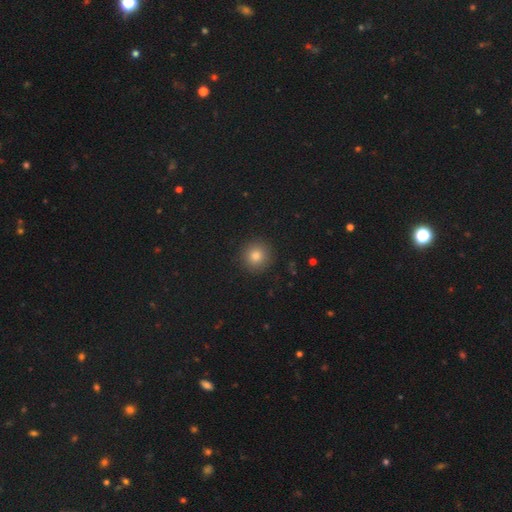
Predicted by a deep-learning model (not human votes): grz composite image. It shows a smooth galaxy with no disk features (81%) that is round (94%). Merging: none (92%).